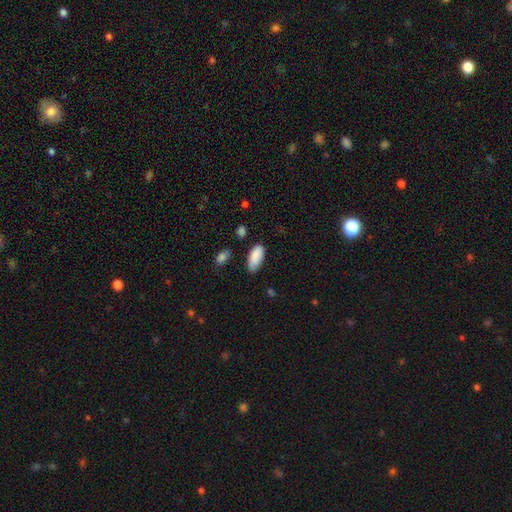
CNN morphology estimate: Smooth or featured: smooth — 88% (star or artifact — 7%)
How rounded: in between — 89% (cigar-shaped — 9%)
Merging: none — 69% (minor disturbance — 24%)